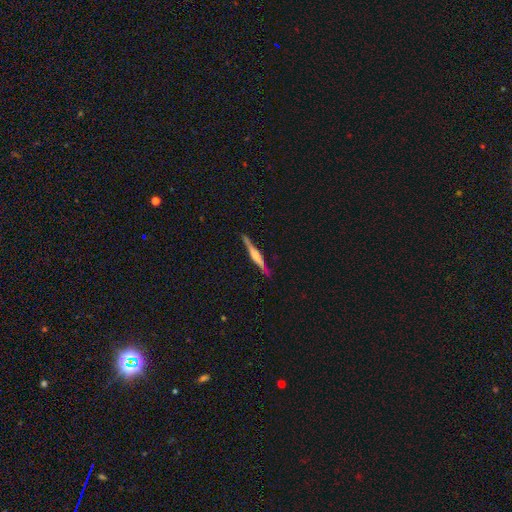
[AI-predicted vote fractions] smooth_or_featured: featured or disk (p=0.70) [alt: smooth p=0.25]
disk_edge_on: yes (p=0.98) [alt: no p=0.02]
edge_on_bulge: boxy (p=0.46) [alt: rounded p=0.40]
merging: none (p=0.87) [alt: minor disturbance p=0.10]